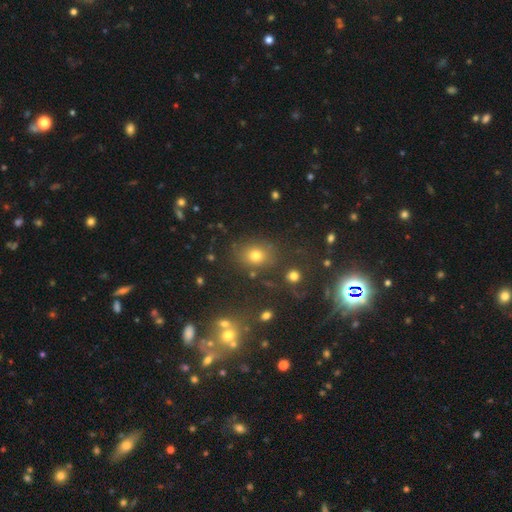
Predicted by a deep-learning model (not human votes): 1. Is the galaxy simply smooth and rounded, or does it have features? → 68% smooth, 21% star or artifact, 11% featured or disk.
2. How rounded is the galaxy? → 53% round, 46% in between, 1% cigar-shaped.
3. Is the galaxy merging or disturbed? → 78% none, 12% minor disturbance, 6% merger, 5% major disturbance.